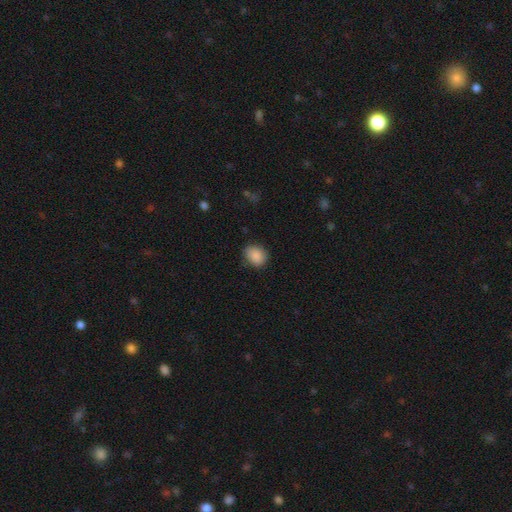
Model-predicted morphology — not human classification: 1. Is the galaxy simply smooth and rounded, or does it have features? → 88% smooth, 8% star or artifact, 4% featured or disk.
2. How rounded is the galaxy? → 54% round, 45% in between, 1% cigar-shaped.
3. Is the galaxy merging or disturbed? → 80% none, 16% minor disturbance, 3% major disturbance, 1% merger.